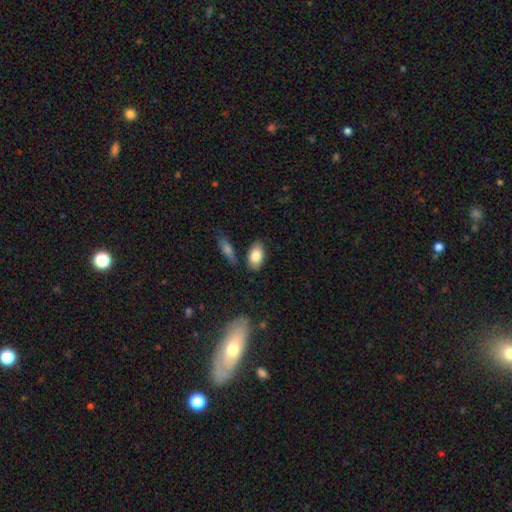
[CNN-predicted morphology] The model was most divided on "merging": none: 77%, minor disturbance: 13%, merger: 6%, major disturbance: 3%. More confident: how rounded — in between (92%); smooth or featured — smooth (84%).